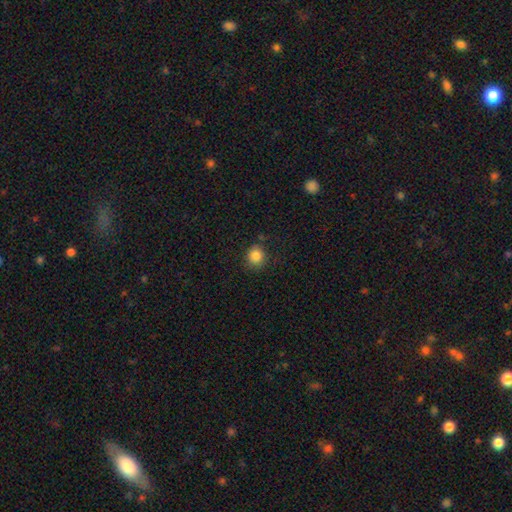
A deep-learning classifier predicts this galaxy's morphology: smooth_or_featured: smooth (p=0.85) [alt: star or artifact p=0.10]
how_rounded: round (p=0.84) [alt: in between p=0.15]
merging: none (p=0.82) [alt: minor disturbance p=0.13]